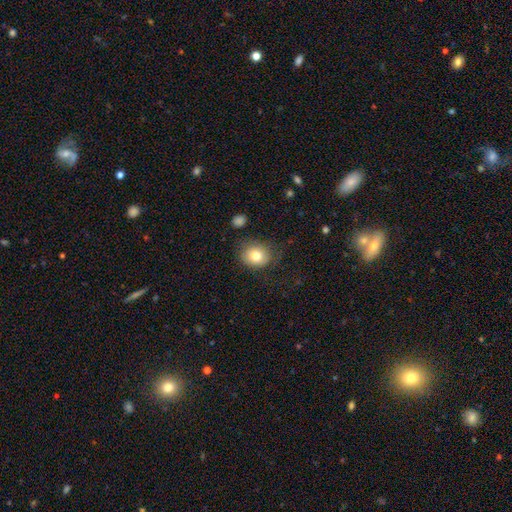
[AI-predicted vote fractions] Smooth or featured? smooth (78%)
How rounded? round (66%)
Merging? none (75%)